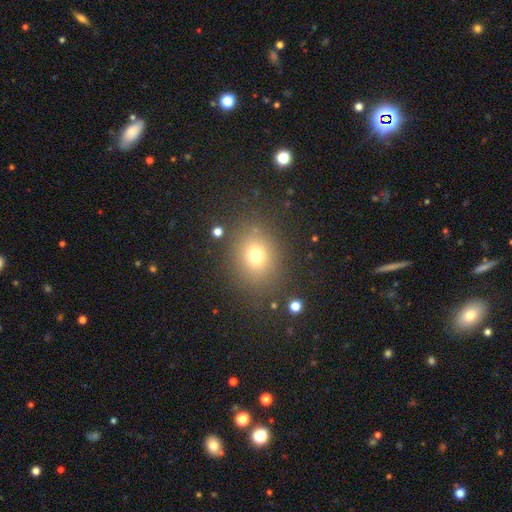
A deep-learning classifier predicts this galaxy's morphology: This appears to be a smooth galaxy with no disk features (72%) that is round (58%). Merging: none (82%).